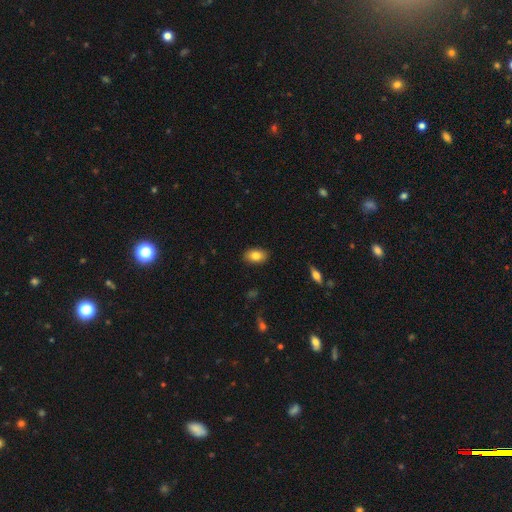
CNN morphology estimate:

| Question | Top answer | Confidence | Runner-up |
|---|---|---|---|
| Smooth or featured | smooth | 82% | featured or disk (10%) |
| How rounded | in between | 87% | round (11%) |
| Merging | none | 88% | minor disturbance (9%) |